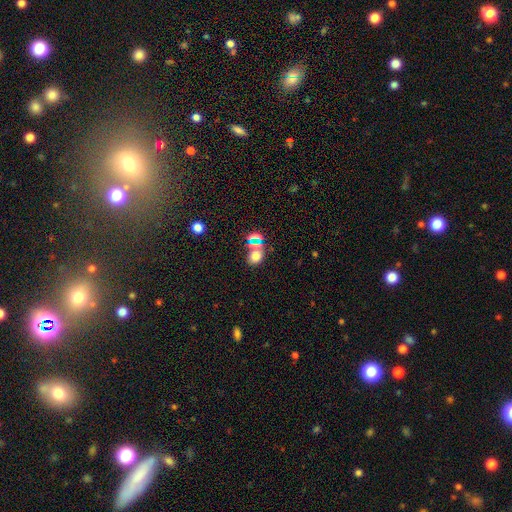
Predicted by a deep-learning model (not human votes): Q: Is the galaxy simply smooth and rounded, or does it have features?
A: smooth — 65%.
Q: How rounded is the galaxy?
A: round — 52%.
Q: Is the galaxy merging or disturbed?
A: none — 56%.